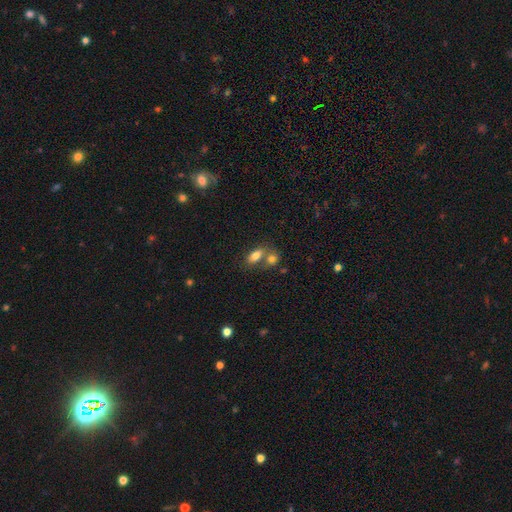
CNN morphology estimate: Overall: smooth (77%). How rounded: in between (84%). Merging: merger (48%; none 38%).